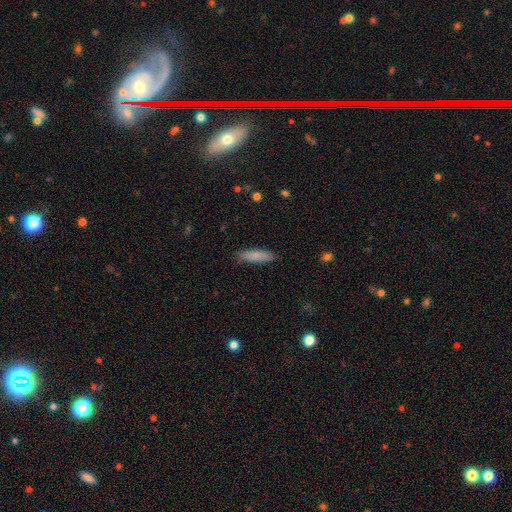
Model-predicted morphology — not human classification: Smooth or featured?
  - smooth: 82% *
  - featured or disk: 12%
  - star or artifact: 6%
How rounded?
  - cigar-shaped: 67% *
  - in between: 31%
  - round: 2%
Merging?
  - none: 86% *
  - minor disturbance: 10%
  - major disturbance: 2%
  - merger: 1%